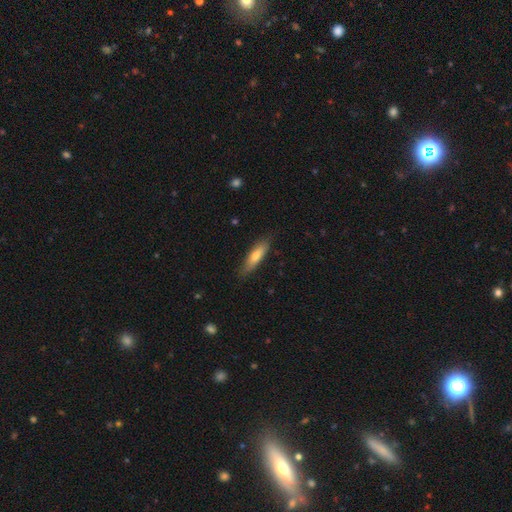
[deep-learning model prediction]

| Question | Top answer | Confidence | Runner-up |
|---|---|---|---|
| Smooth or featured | smooth | 65% | featured or disk (29%) |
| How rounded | cigar-shaped | 69% | in between (29%) |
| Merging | none | 82% | minor disturbance (14%) |